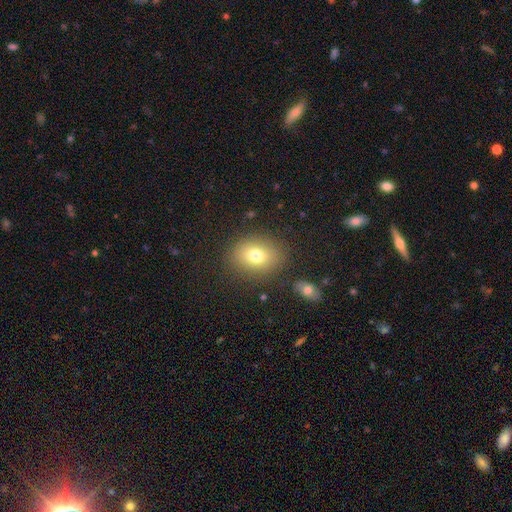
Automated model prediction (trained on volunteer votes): Smooth or featured?
  - smooth: 76% *
  - featured or disk: 12%
  - star or artifact: 12%
How rounded?
  - in between: 57% *
  - round: 42%
  - cigar-shaped: 1%
Merging?
  - none: 83% *
  - minor disturbance: 10%
  - major disturbance: 4%
  - merger: 3%